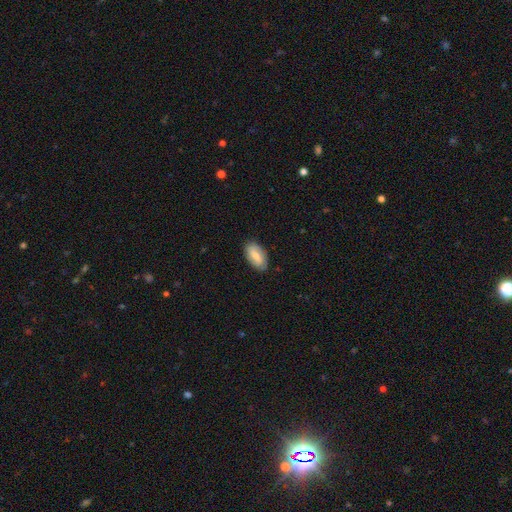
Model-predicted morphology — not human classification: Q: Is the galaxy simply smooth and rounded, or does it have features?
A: smooth — 66%.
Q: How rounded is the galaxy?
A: in between — 93%.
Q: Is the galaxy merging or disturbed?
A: none — 84%.